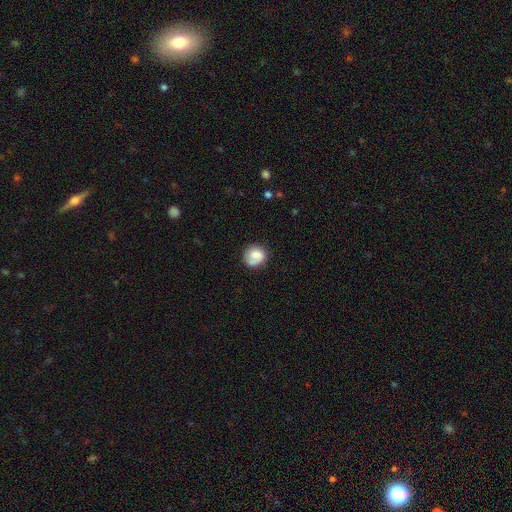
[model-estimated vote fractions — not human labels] smooth-or-featured: smooth: 77% | featured or disk: 15% | star or artifact: 8%
  how-rounded: round: 84% | in between: 15% | cigar-shaped: 1%
  merging: none: 70% | minor disturbance: 18% | major disturbance: 7% | merger: 5%